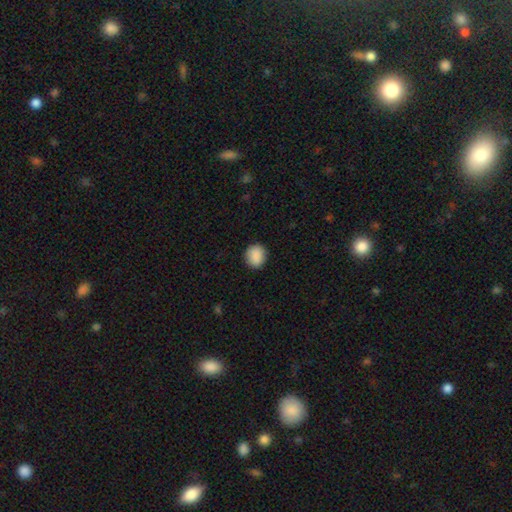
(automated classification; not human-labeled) Smooth or featured? Predicted: smooth (p=0.90). How rounded? Predicted: round (p=0.70). Merging? Predicted: none (p=0.88).